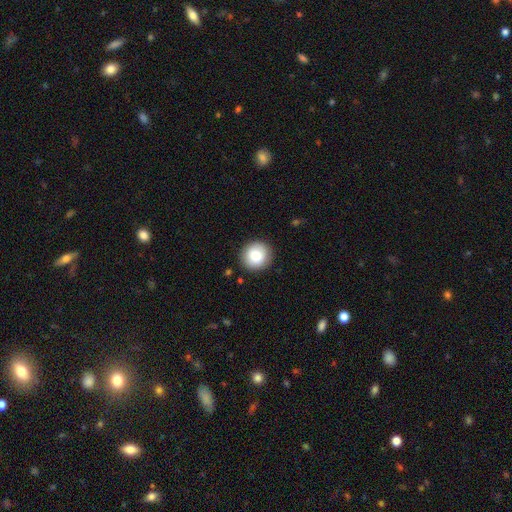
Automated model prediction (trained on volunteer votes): This is clearly a smooth galaxy (83%). How rounded: clearly round (92%). Merging: clearly none (90%).